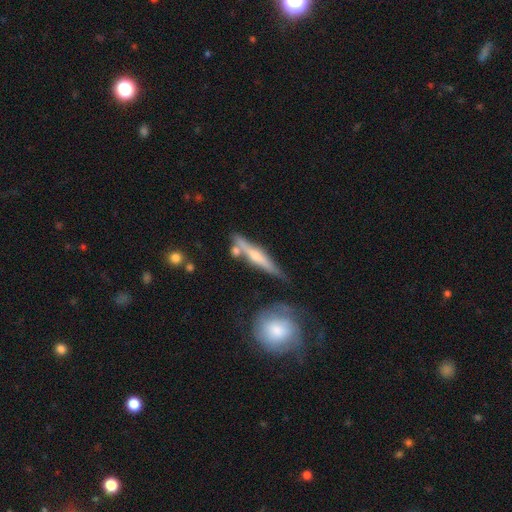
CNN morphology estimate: This is likely a featured or disk galaxy (63%). It is clearly viewed edge-on (95%). Edge-on bulge: likely rounded (80%). Merging: likely none (72%).